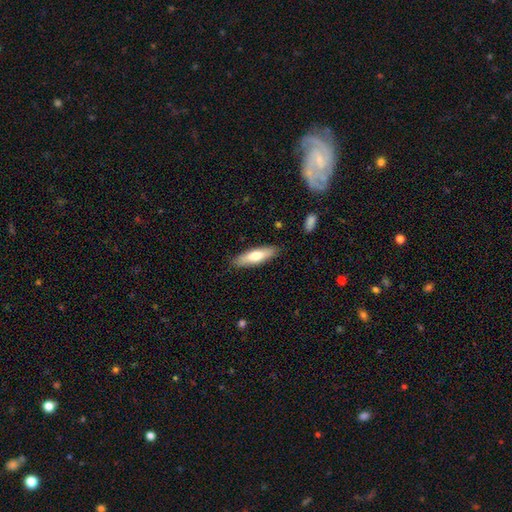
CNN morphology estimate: A smooth galaxy with no disk features (66%) that is cigar-shaped (61%).

Vote fractions:
- Smooth or featured? smooth: 66% / featured or disk: 28% / star or artifact: 6%
- How rounded? cigar-shaped: 61% / in between: 38% / round: 2%
- Merging? none: 87% / minor disturbance: 10% / major disturbance: 2% / merger: 1%